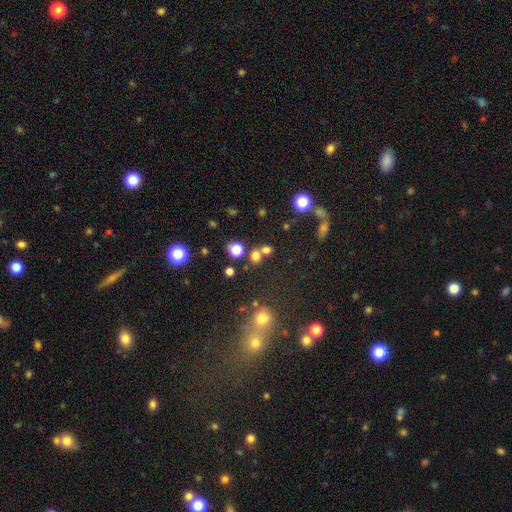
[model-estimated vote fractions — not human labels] A smooth galaxy with no disk features (70%) that is round (76%).

Vote fractions:
- Smooth or featured? smooth: 70% / star or artifact: 22% / featured or disk: 8%
- How rounded? round: 76% / in between: 22% / cigar-shaped: 1%
- Merging? none: 58% / merger: 29% / minor disturbance: 8% / major disturbance: 4%